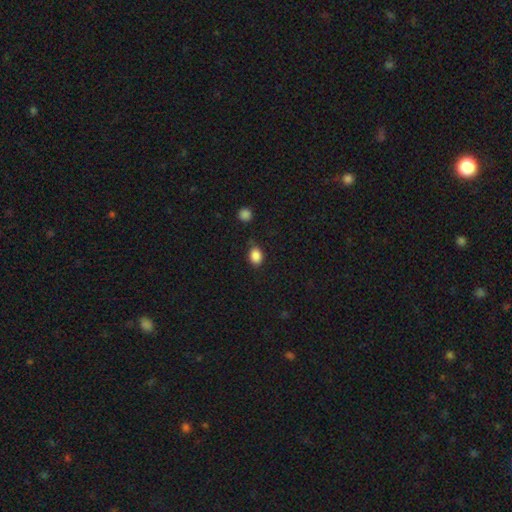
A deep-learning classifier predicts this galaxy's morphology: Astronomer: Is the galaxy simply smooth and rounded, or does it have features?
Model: smooth — 87%.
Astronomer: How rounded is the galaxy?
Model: in between — 65%.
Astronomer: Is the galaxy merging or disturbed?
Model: none — 76%.